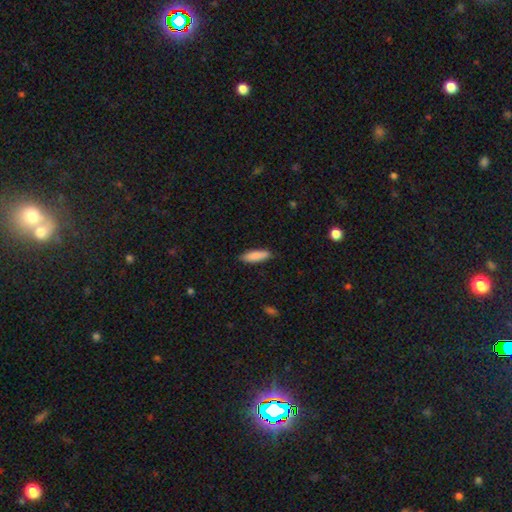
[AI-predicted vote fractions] smooth_or_featured: smooth (p=0.87) [alt: featured or disk p=0.08]
how_rounded: cigar-shaped (p=0.60) [alt: in between p=0.38]
merging: none (p=0.88) [alt: minor disturbance p=0.09]